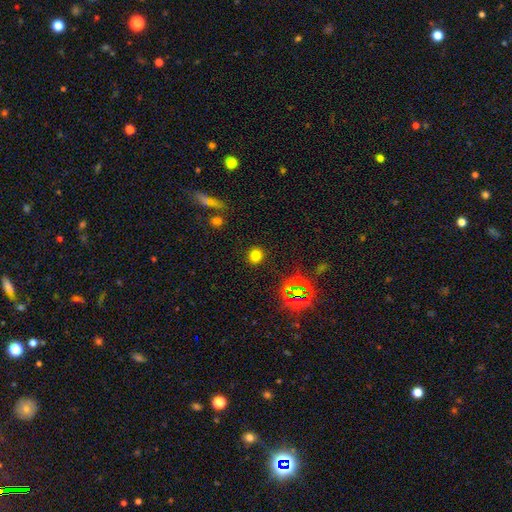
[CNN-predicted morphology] Smooth or featured? smooth (73%)
How rounded? round (83%)
Merging? none (88%)